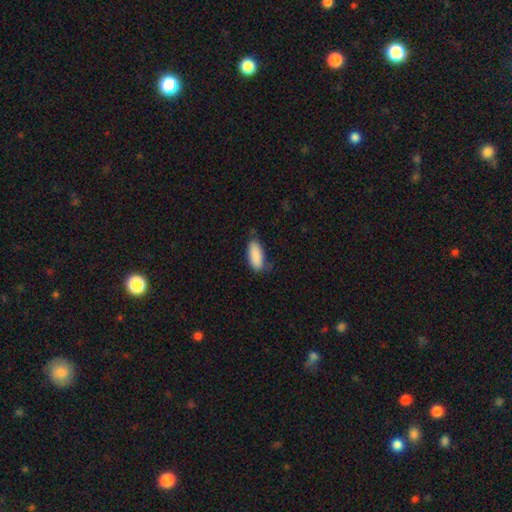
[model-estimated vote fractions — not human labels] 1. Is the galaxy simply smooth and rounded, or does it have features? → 89% smooth, 6% star or artifact, 5% featured or disk.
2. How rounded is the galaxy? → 81% in between, 17% cigar-shaped, 2% round.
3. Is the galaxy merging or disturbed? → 69% none, 25% minor disturbance, 5% major disturbance, 2% merger.